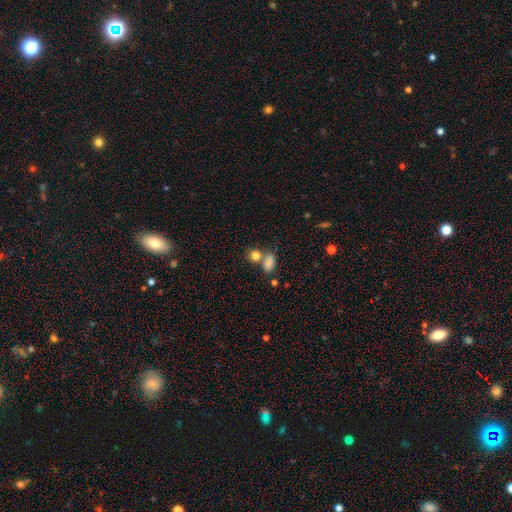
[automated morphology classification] The model was most divided on "merging": none: 46%, merger: 39%, minor disturbance: 10%, major disturbance: 5%. More confident: smooth or featured — smooth (81%); how rounded — round (61%).